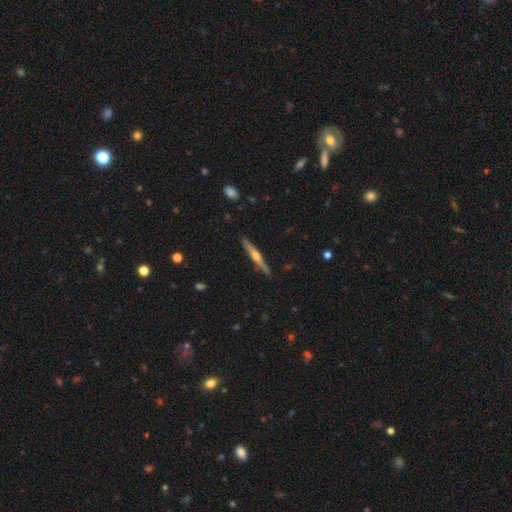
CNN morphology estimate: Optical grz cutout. It shows a featured or disk galaxy (68%) viewed edge-on (98%) with a rounded central bulge (85%). Merging: none (89%).